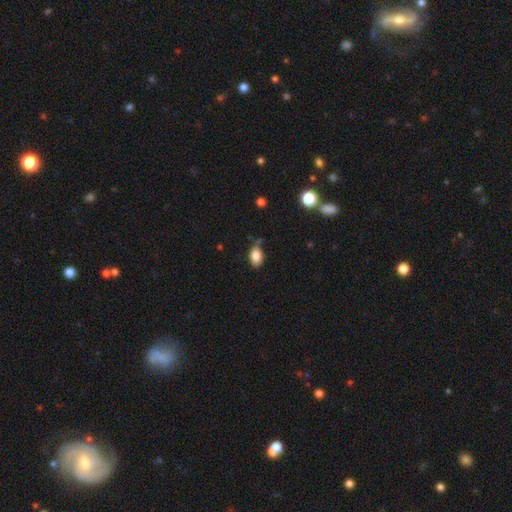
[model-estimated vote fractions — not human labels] A smooth galaxy with no disk features (84%) that is in between round and cigar-shaped (86%). Merging: none (56%).